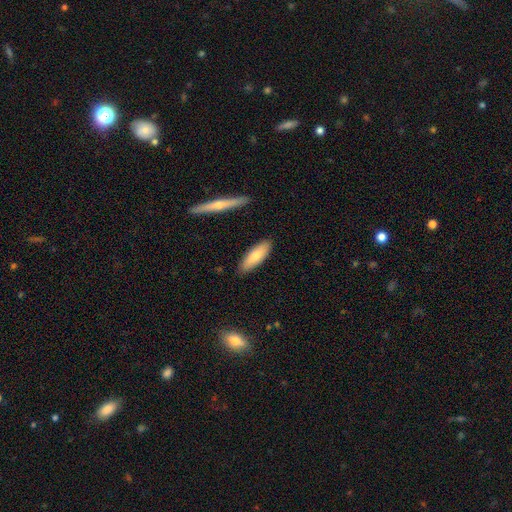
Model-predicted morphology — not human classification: This is likely a smooth galaxy (76%). How rounded: possibly in between (60%). Merging: clearly none (86%).